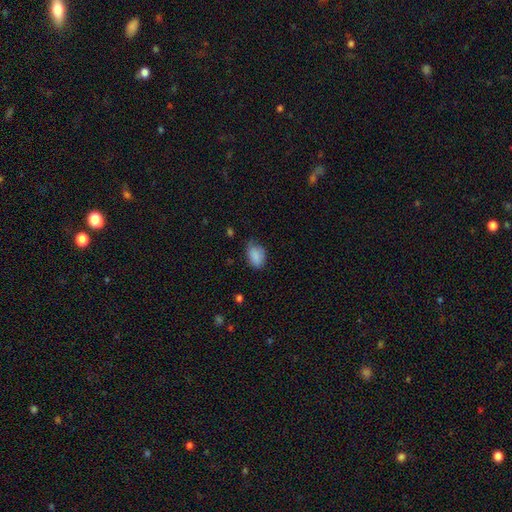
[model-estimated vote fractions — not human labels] Overall: smooth (86%). How rounded: in between (85%). Merging: none (62%; minor disturbance 31%).